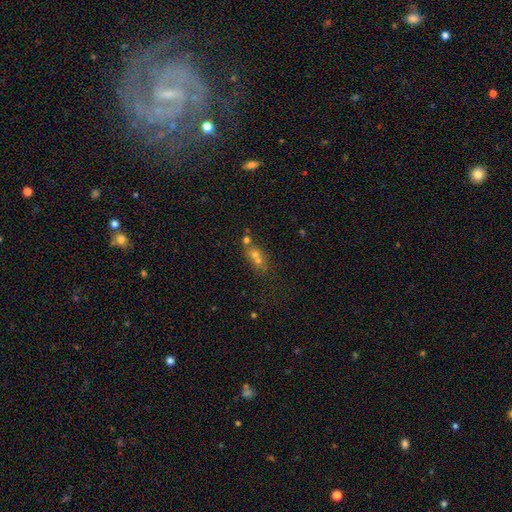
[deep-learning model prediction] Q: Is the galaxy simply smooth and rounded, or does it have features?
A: smooth — 49%.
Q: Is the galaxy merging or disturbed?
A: merger — 46%.